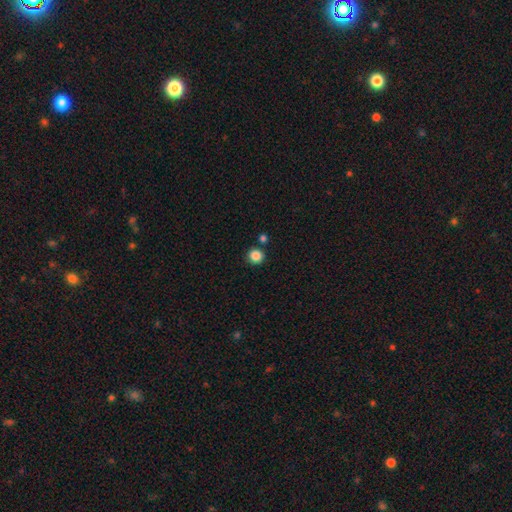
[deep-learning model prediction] Overall: smooth (86%). How rounded: round (93%). Merging: none (85%).